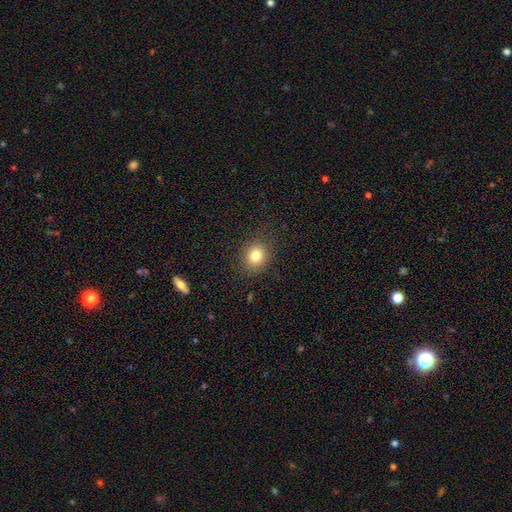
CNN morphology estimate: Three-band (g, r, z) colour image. It shows a smooth galaxy with no disk features (79%) that is round (73%). Merging: none (87%).